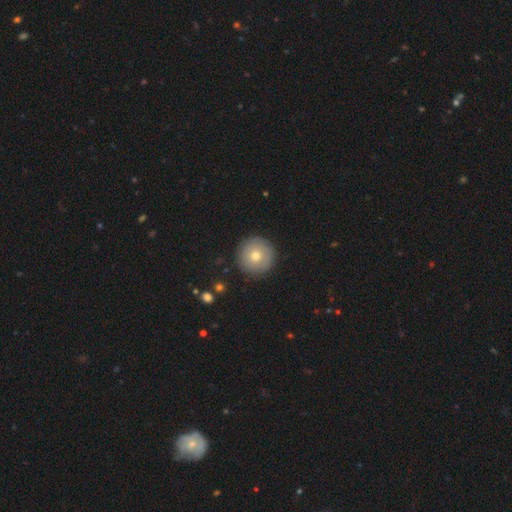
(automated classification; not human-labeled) smooth 67%, featured or disk 23%, star or artifact 10%. Down the decision tree: how rounded — round (96%); merging — none (89%).